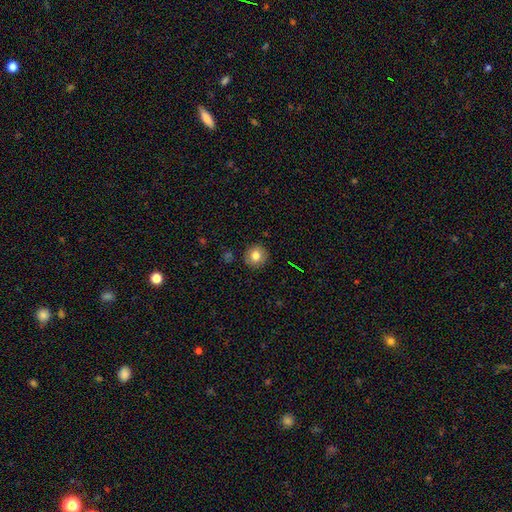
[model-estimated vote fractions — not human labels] Smooth or featured? Predicted: smooth (p=0.80). How rounded? Predicted: round (p=0.93). Merging? Predicted: none (p=0.90).